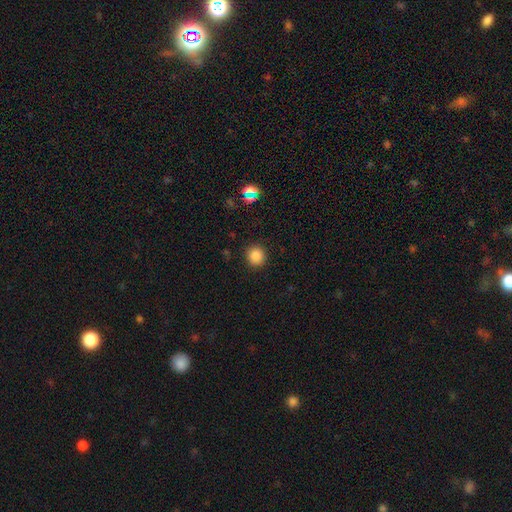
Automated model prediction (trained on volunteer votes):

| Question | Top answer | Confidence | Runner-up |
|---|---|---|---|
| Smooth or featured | smooth | 84% | star or artifact (12%) |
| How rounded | round | 91% | in between (8%) |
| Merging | none | 91% | minor disturbance (6%) |